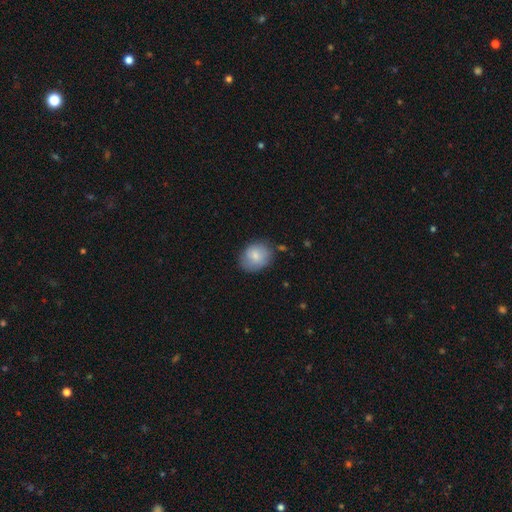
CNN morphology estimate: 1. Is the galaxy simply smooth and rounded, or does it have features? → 78% smooth, 15% featured or disk, 7% star or artifact.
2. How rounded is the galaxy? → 52% round, 47% in between, 1% cigar-shaped.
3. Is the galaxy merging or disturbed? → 72% none, 21% minor disturbance, 5% major disturbance, 3% merger.